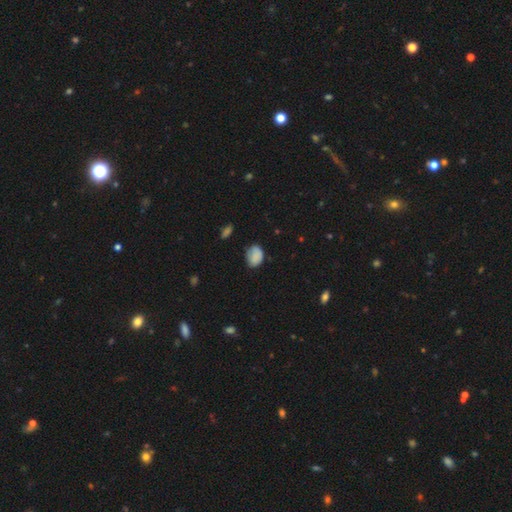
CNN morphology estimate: A smooth galaxy with no disk features (86%) that is in between round and cigar-shaped (68%).

Vote fractions:
- Smooth or featured? smooth: 86% / star or artifact: 8% / featured or disk: 6%
- How rounded? in between: 68% / round: 31% / cigar-shaped: 1%
- Merging? none: 65% / minor disturbance: 28% / major disturbance: 5% / merger: 2%